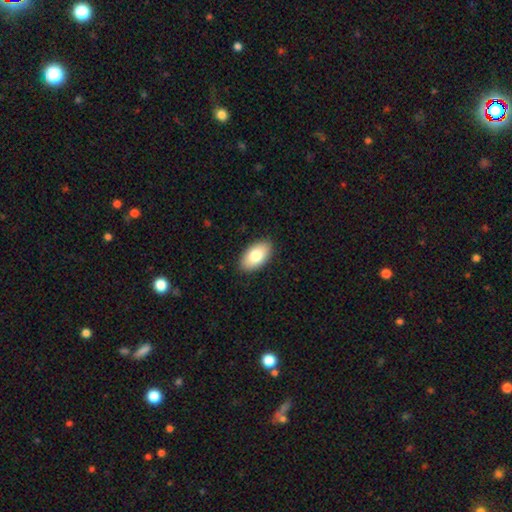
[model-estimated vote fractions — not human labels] A smooth galaxy with no disk features (80%) that is in between round and cigar-shaped (95%).

Vote fractions:
- Smooth or featured? smooth: 80% / featured or disk: 13% / star or artifact: 6%
- How rounded? in between: 95% / round: 3% / cigar-shaped: 2%
- Merging? none: 89% / minor disturbance: 8% / major disturbance: 2% / merger: 1%